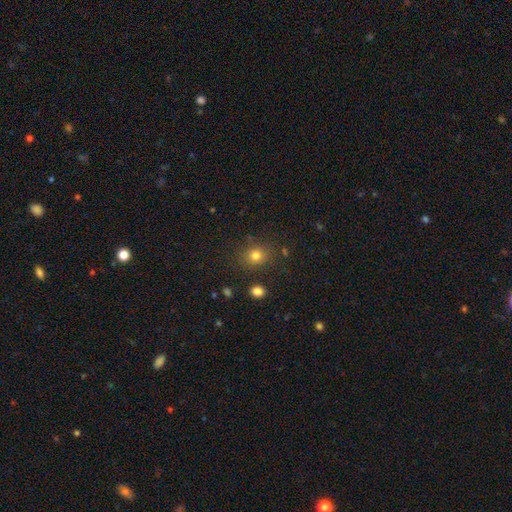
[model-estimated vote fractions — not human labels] A smooth galaxy with no disk features (78%) that is round (70%).

Vote fractions:
- Smooth or featured? smooth: 78% / star or artifact: 14% / featured or disk: 7%
- How rounded? round: 70% / in between: 29% / cigar-shaped: 1%
- Merging? none: 83% / minor disturbance: 10% / major disturbance: 4% / merger: 3%